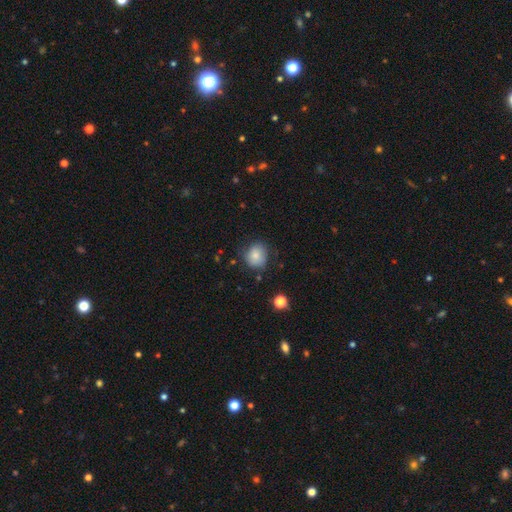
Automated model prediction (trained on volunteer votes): Q: Smooth or featured?
A: smooth (81%); runner-up: featured or disk (10%)
Q: How rounded?
A: round (74%); runner-up: in between (25%)
Q: Merging?
A: none (69%); runner-up: minor disturbance (23%)